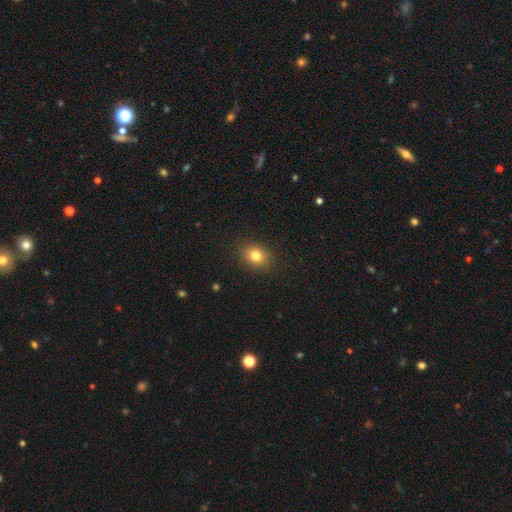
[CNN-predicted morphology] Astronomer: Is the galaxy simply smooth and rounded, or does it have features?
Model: smooth — 81%.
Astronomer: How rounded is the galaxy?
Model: round — 55% (runner-up: in between, 44%).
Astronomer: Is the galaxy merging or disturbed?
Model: none — 88%.